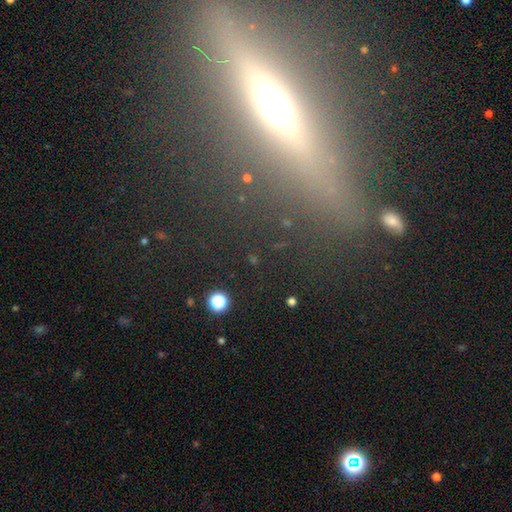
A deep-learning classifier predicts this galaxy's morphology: Smooth or featured?
  - featured or disk: 49% *
  - star or artifact: 29%
  - smooth: 23%
Merging?
  - none: 77% *
  - minor disturbance: 11%
  - major disturbance: 8%
  - merger: 4%